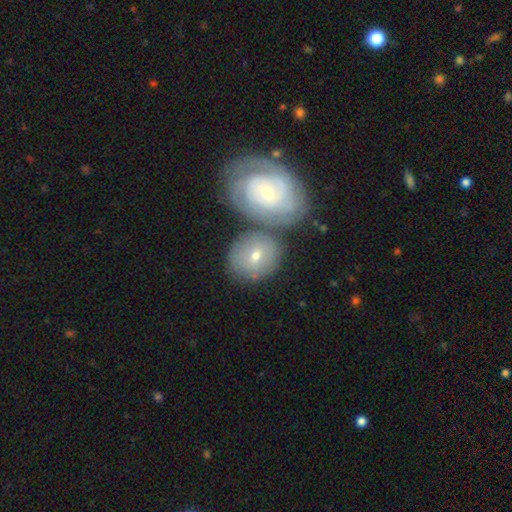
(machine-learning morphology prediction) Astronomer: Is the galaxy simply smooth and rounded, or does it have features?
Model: featured or disk — 47% (runner-up: smooth, 46%).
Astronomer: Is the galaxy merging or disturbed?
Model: none — 54% (runner-up: merger, 31%).